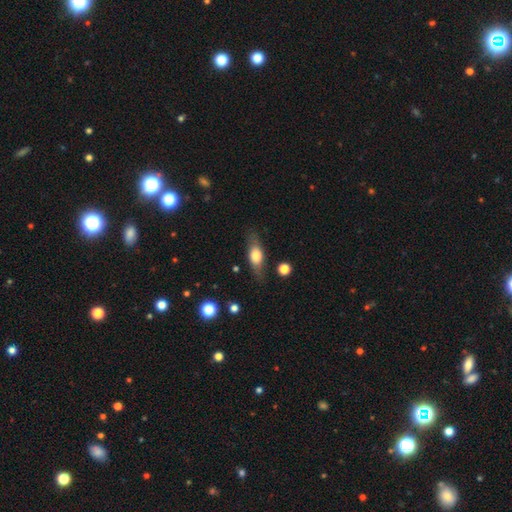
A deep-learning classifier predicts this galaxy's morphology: A smooth galaxy with no disk features (58%) that is in between round and cigar-shaped (64%).

Vote fractions:
- Smooth or featured? smooth: 58% / featured or disk: 36% / star or artifact: 7%
- How rounded? in between: 64% / cigar-shaped: 29% / round: 7%
- Merging? none: 77% / minor disturbance: 16% / major disturbance: 5% / merger: 2%